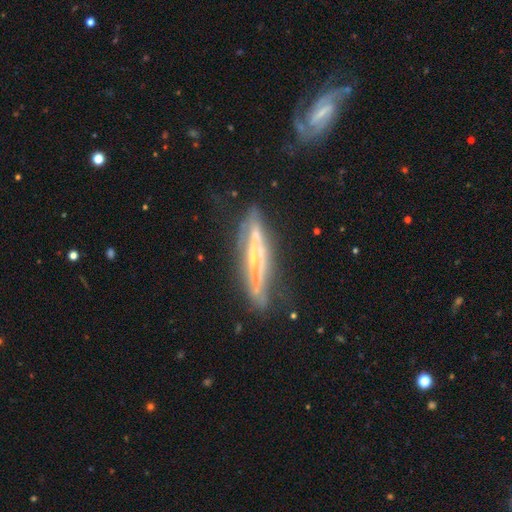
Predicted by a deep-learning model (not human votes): Smooth or featured?
  - featured or disk: 75% *
  - smooth: 19%
  - star or artifact: 7%
Edge-on disk?
  - yes: 70% *
  - no: 30%
Edge-on bulge?
  - none: 50% *
  - rounded: 38%
  - boxy: 12%
Merging?
  - none: 69% *
  - minor disturbance: 21%
  - major disturbance: 7%
  - merger: 3%